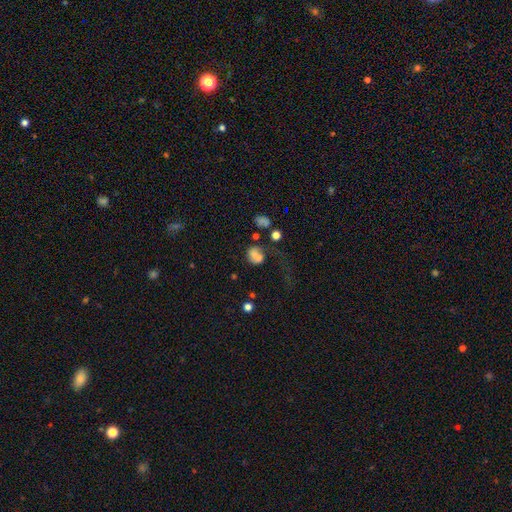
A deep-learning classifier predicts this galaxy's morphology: This appears to be a smooth galaxy with no disk features (65%) that is round (55%). Merging: none (34%).